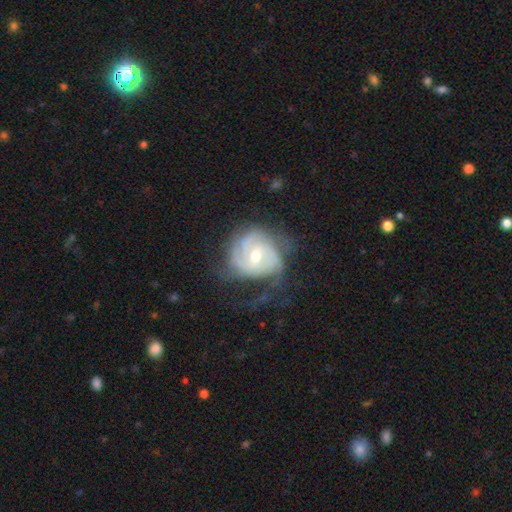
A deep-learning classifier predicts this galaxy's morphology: Smooth or featured? featured or disk (82%)
Edge-on disk? no (98%)
Bar? no (54%)
Spiral arms? yes (94%)
Spiral winding? tight (58%)
Spiral arm count? 3 (29%, tied with can't tell)
Bulge size? moderate (61%)
Merging? none (53%)